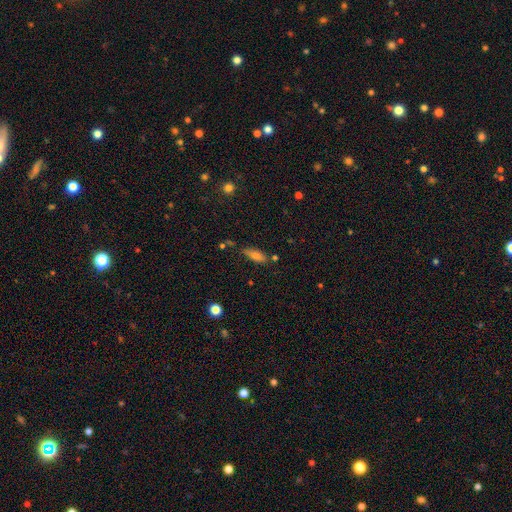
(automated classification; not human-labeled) This is likely a smooth galaxy (73%). How rounded: likely in between (69%). Merging: likely none (69%).